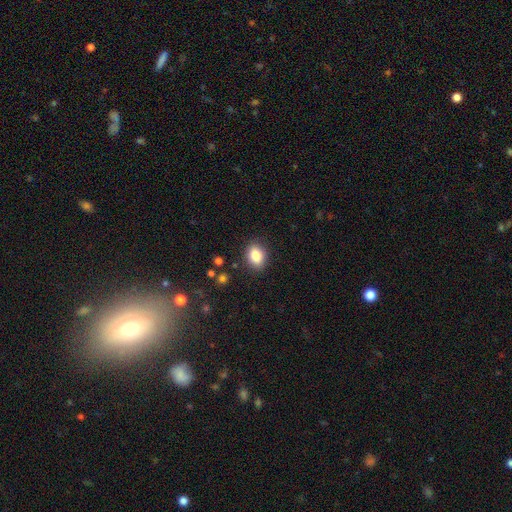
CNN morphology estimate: type=smooth (85%); roundness=in between (69%); merging=none (86%).